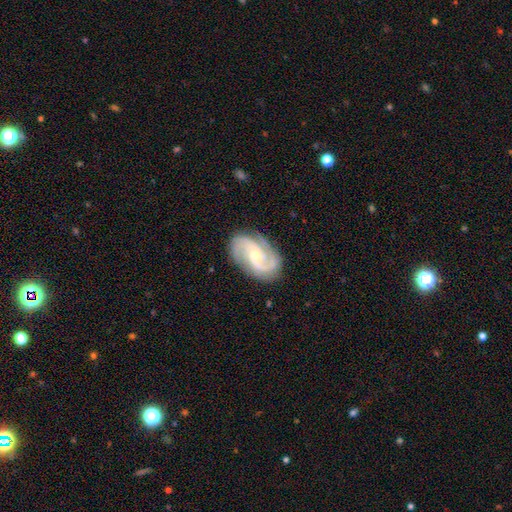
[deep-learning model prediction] Morphology: type=featured or disk (91%); edge-on=no (98%); bar=no (52%); spiral arms=yes (98%); winding=medium (49%); arm count=2 (42%); bulge=small (61%); merging=none (82%).